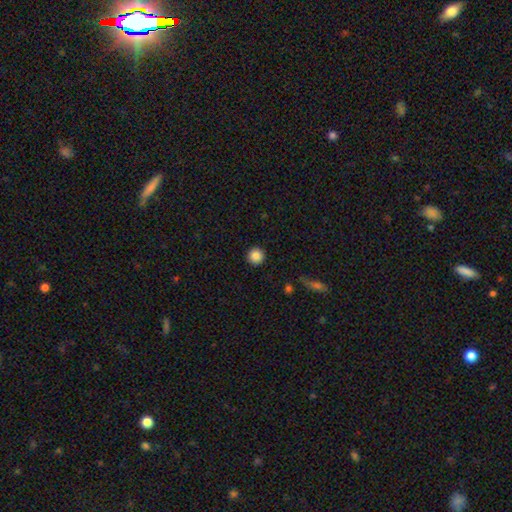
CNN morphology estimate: type=smooth (86%); roundness=round (96%); merging=none (92%).